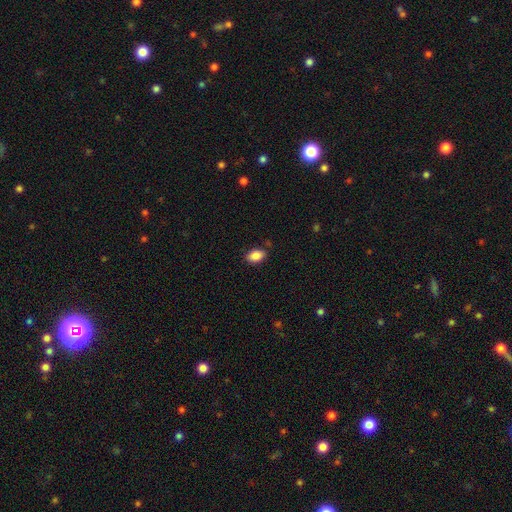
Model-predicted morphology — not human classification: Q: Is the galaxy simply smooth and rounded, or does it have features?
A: smooth — 87%.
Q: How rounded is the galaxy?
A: in between — 89%.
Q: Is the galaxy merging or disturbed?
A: none — 85%.